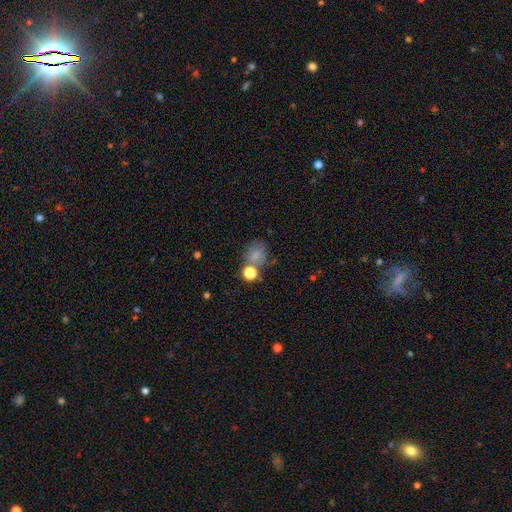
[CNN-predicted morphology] Overall: smooth (74%). How rounded: round (66%; in between 33%). Merging: none (49%; merger 23%).